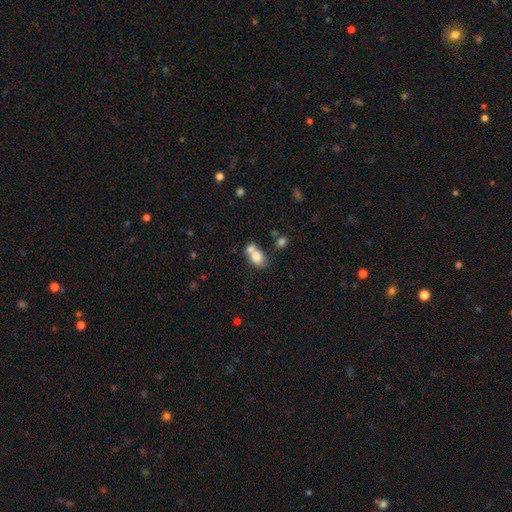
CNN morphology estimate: Smooth or featured?
  - smooth: 76% *
  - featured or disk: 15%
  - star or artifact: 9%
How rounded?
  - in between: 65% *
  - round: 34%
  - cigar-shaped: 2%
Merging?
  - merger: 58% *
  - none: 28%
  - minor disturbance: 10%
  - major disturbance: 5%